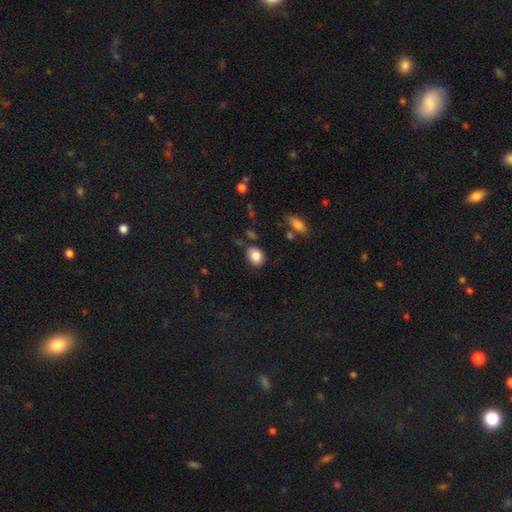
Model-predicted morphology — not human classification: A smooth galaxy with no disk features (85%) that is in between round and cigar-shaped (50%). Merging: none (79%).